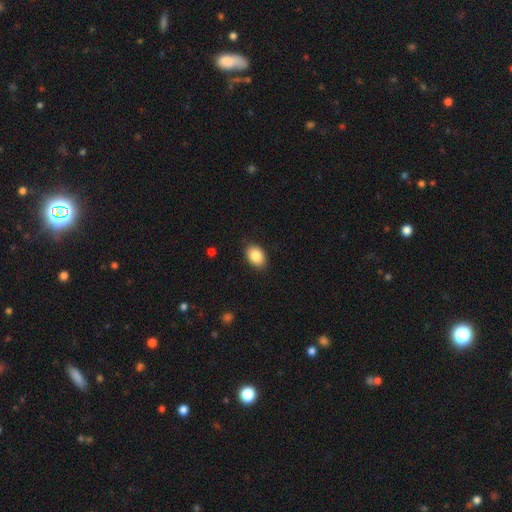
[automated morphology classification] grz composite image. It shows a smooth galaxy with no disk features (86%) that is in between round and cigar-shaped (84%). Merging: none (88%).